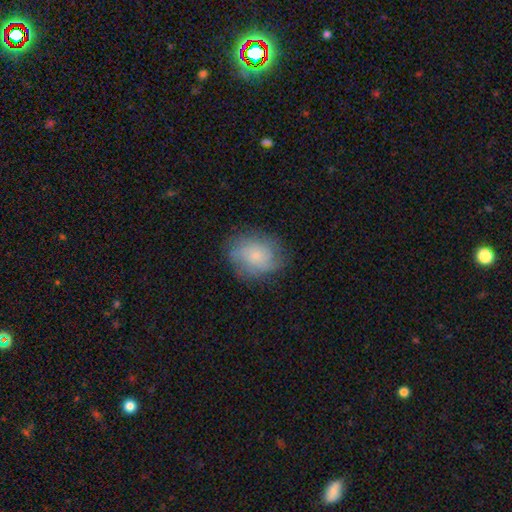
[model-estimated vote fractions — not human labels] This appears to be a smooth galaxy with no disk features (60%) that is round (51%). Merging: none (71%).